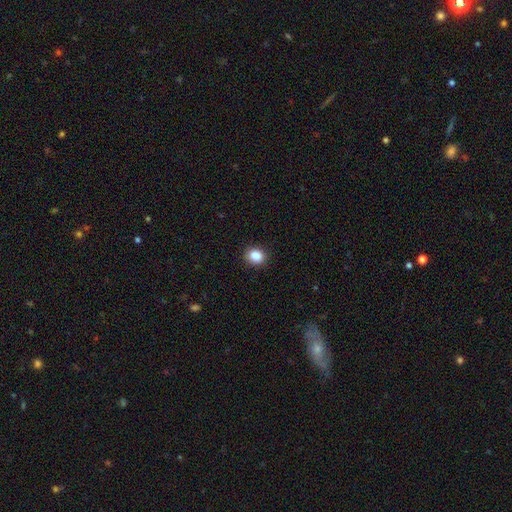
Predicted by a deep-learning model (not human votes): A smooth galaxy with no disk features (87%) that is round (59%). Merging: none (89%).